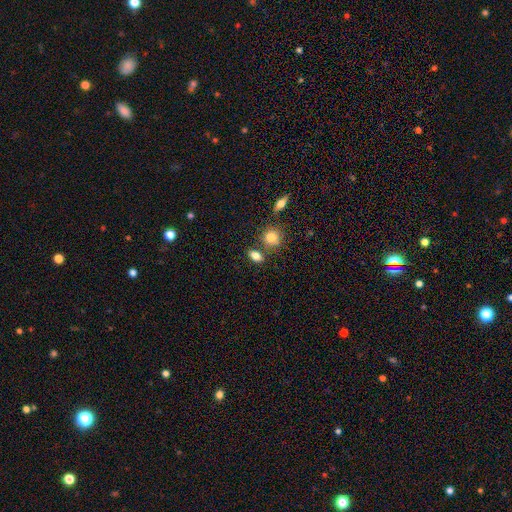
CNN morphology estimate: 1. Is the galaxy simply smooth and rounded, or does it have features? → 81% smooth, 10% star or artifact, 9% featured or disk.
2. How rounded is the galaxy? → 77% in between, 17% round, 6% cigar-shaped.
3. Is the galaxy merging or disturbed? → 71% none, 14% merger, 11% minor disturbance, 4% major disturbance.